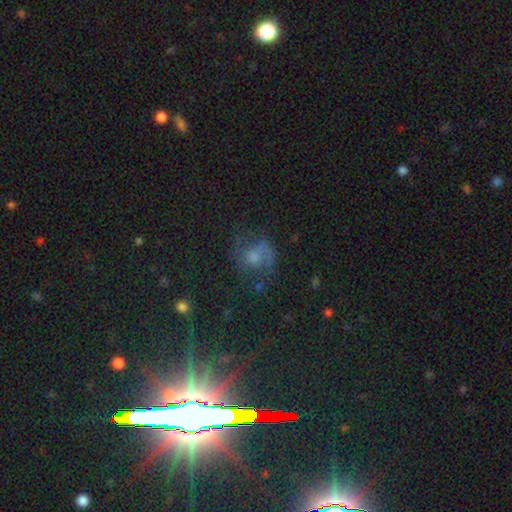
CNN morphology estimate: Smooth or featured? smooth (40%)
Merging? none (45%)